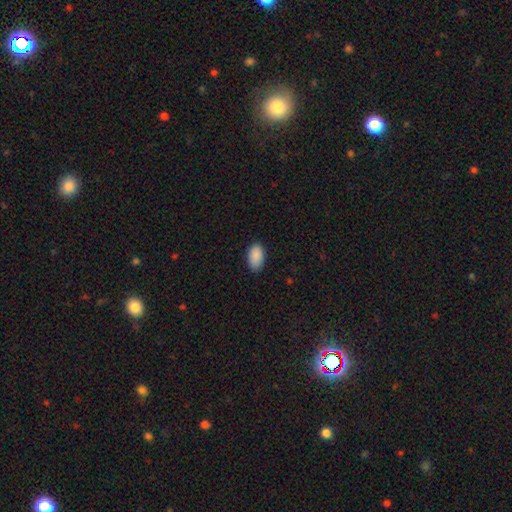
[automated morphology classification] This appears to be a smooth galaxy with no disk features (90%) that is in between round and cigar-shaped (94%). Merging: none (85%).